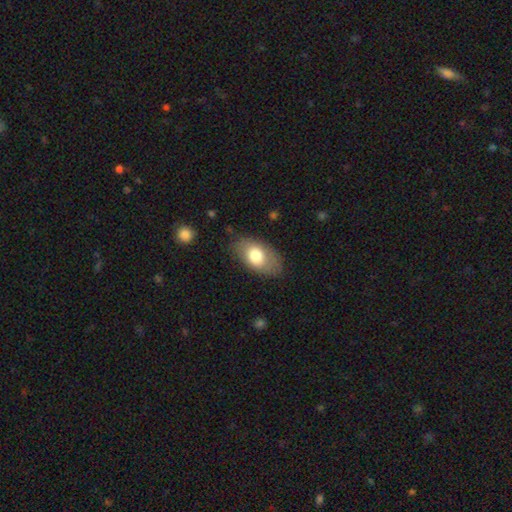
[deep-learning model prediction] Q: Smooth or featured?
A: smooth (74%); runner-up: featured or disk (19%)
Q: How rounded?
A: in between (91%); runner-up: round (7%)
Q: Merging?
A: none (75%); runner-up: minor disturbance (18%)